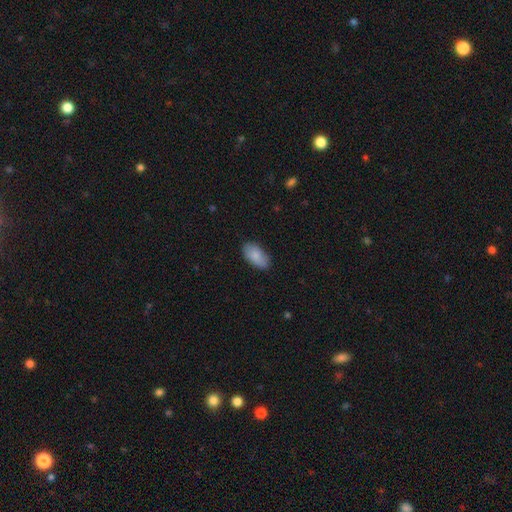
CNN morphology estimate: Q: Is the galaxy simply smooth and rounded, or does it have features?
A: smooth — 84%.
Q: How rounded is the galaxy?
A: in between — 94%.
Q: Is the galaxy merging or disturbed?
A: none — 82%.